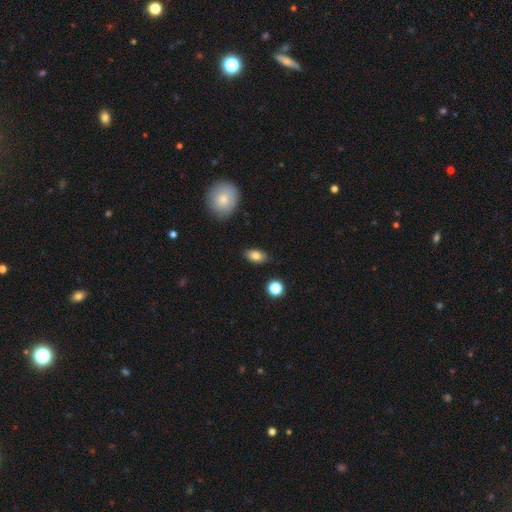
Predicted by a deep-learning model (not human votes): smooth 83%, featured or disk 9%, star or artifact 9%. Down the decision tree: how rounded — in between (89%); merging — none (86%).